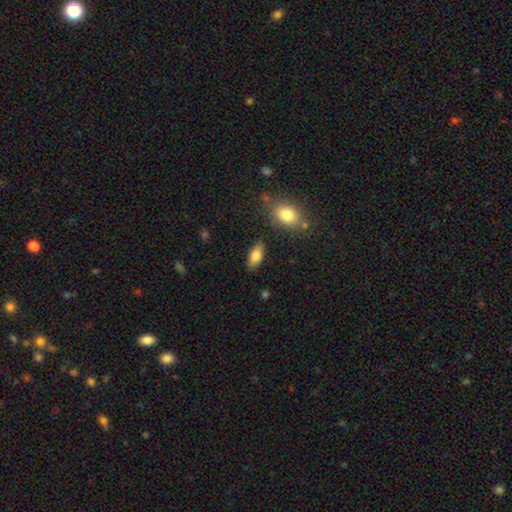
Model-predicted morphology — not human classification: Smooth or featured? Predicted: smooth (p=0.82). How rounded? Predicted: in between (p=0.87). Merging? Predicted: none (p=0.83).